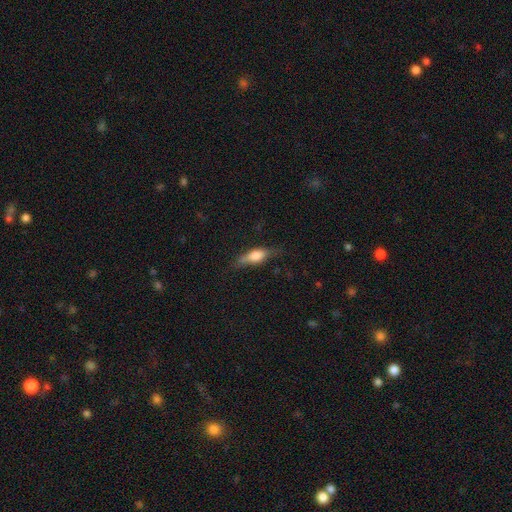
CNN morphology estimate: type=smooth (58%); roundness=in between (58%); merging=none (67%).